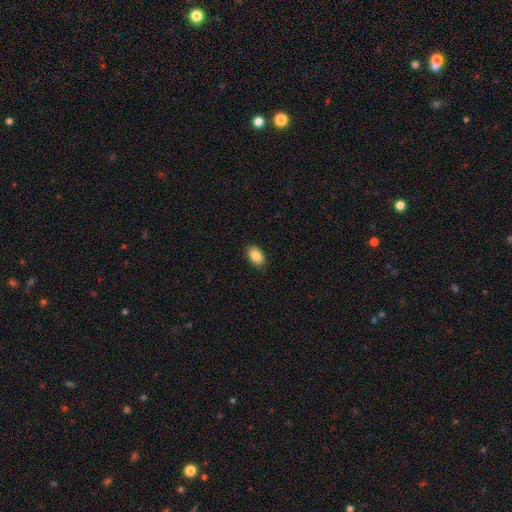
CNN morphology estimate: A smooth galaxy with no disk features (88%) that is in between round and cigar-shaped (90%). Merging: none (86%).